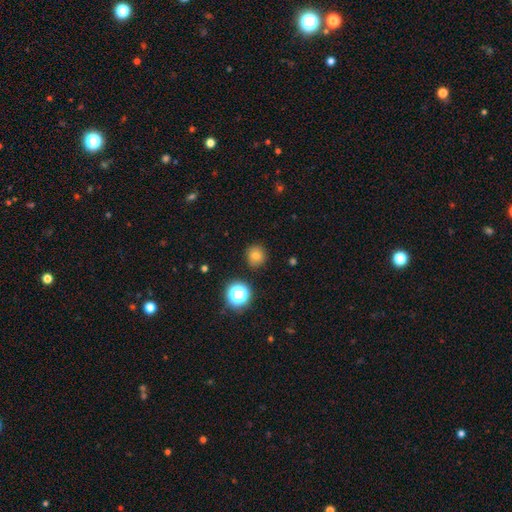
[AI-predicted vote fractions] Smooth or featured? Predicted: smooth (p=0.74). How rounded? Predicted: round (p=0.92). Merging? Predicted: none (p=0.90).